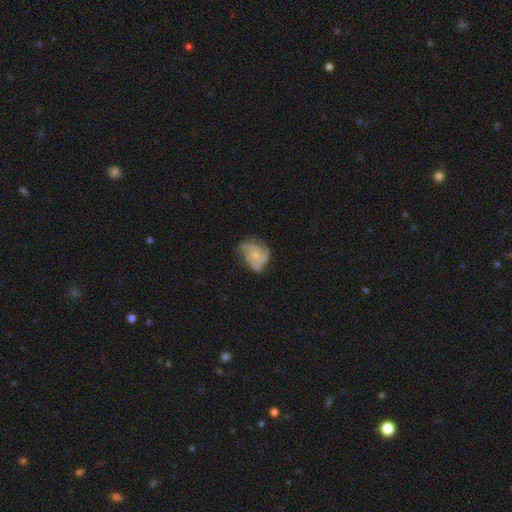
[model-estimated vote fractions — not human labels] Overall: featured or disk (67%). Edge-on disk: no (98%). Bar: no (80%). Spiral arms: yes (88%). Spiral arm count: 3 (53%; can't tell 14%). Spiral winding: medium (45%; tight 34%). Bulge size: small (62%). Merging: none (52%; minor disturbance 29%).